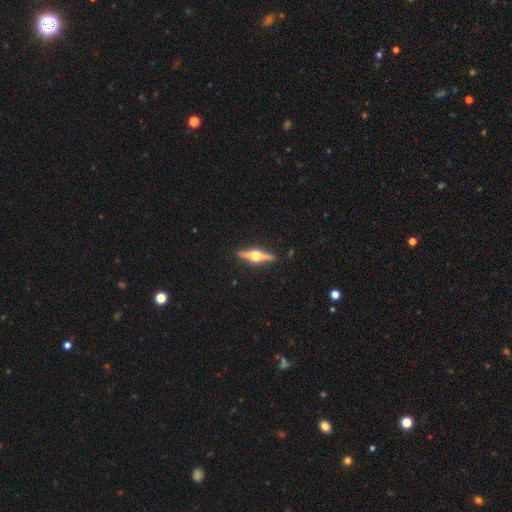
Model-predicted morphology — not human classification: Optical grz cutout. It shows a featured or disk galaxy (83%) viewed edge-on (98%) with a rounded central bulge (96%). Merging: none (91%).